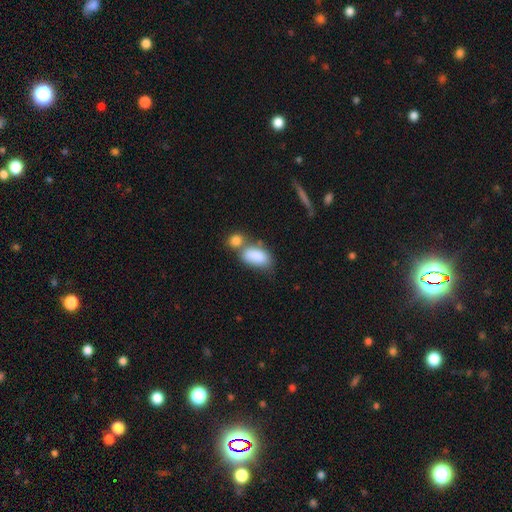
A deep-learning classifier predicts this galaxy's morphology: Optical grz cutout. It shows a smooth galaxy with no disk features (84%) that is in between round and cigar-shaped (91%). Merging: merger (47%).